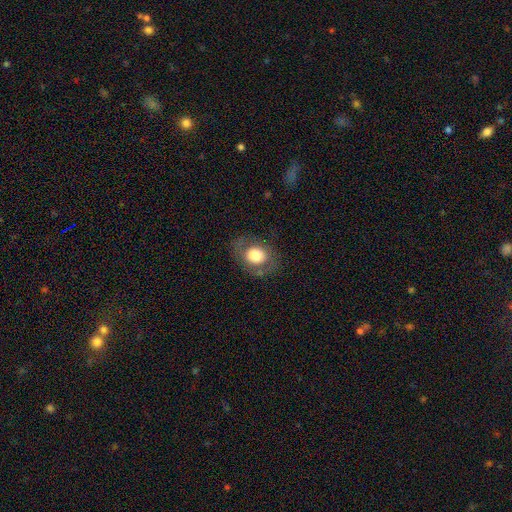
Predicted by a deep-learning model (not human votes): Smooth or featured: smooth — 69% (featured or disk — 23%)
How rounded: in between — 50% (round — 49%)
Merging: none — 74% (minor disturbance — 15%)